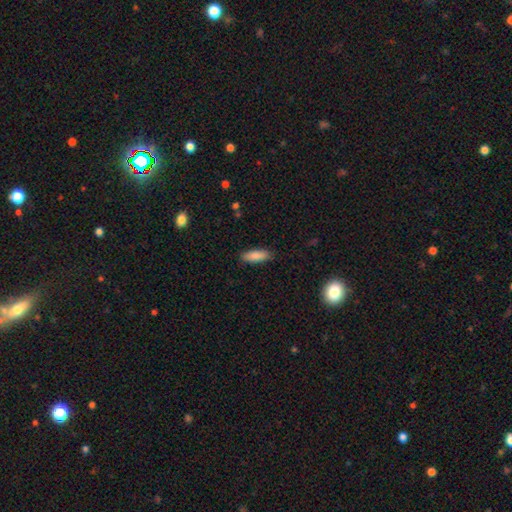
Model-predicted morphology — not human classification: Smooth or featured: smooth — 87% (star or artifact — 7%)
How rounded: in between — 59% (cigar-shaped — 39%)
Merging: none — 88% (minor disturbance — 9%)